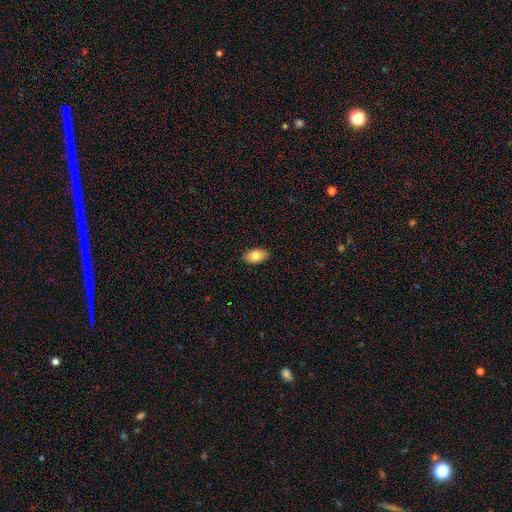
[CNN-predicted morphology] Q: Smooth or featured?
A: smooth (79%); runner-up: featured or disk (14%)
Q: How rounded?
A: in between (92%); runner-up: round (6%)
Q: Merging?
A: none (89%); runner-up: minor disturbance (8%)